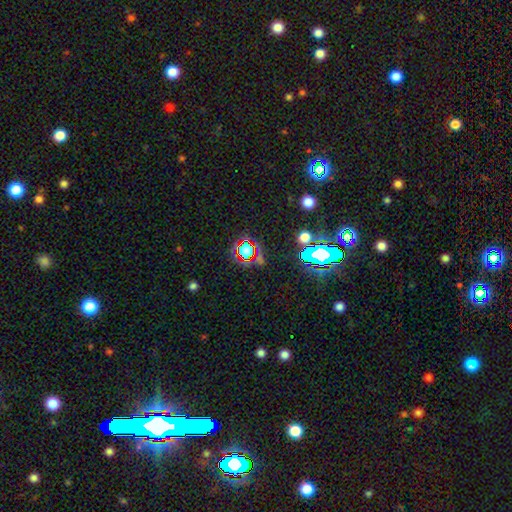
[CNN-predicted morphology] star or artifact 66%, smooth 22%, featured or disk 12%.